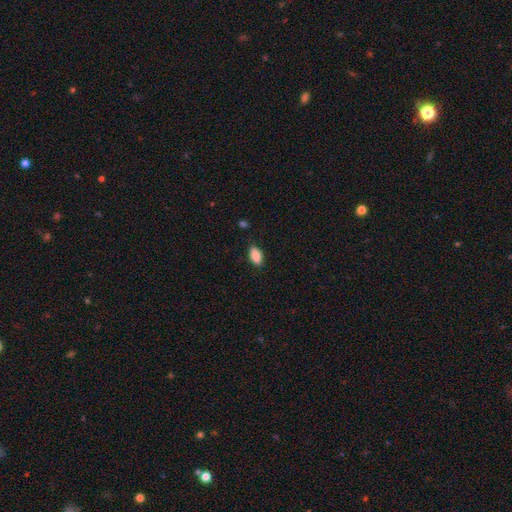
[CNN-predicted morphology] type=smooth (89%); roundness=in between (91%); merging=none (83%).